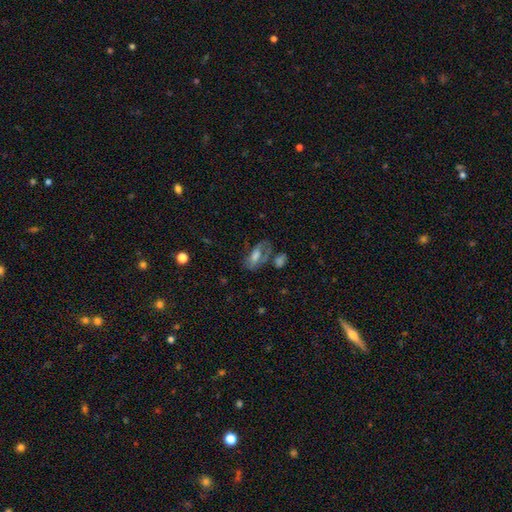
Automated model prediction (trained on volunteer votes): Smooth or featured? smooth (47%)
Merging? none (43%)